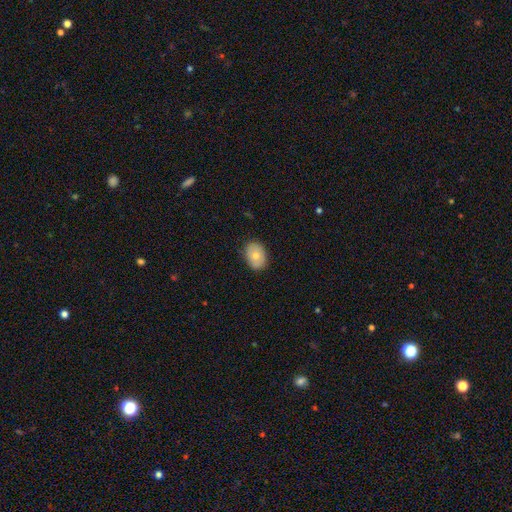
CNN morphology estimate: smooth_or_featured: smooth (p=0.73) [alt: featured or disk p=0.20]
how_rounded: in between (p=0.76) [alt: round p=0.23]
merging: none (p=0.86) [alt: minor disturbance p=0.11]